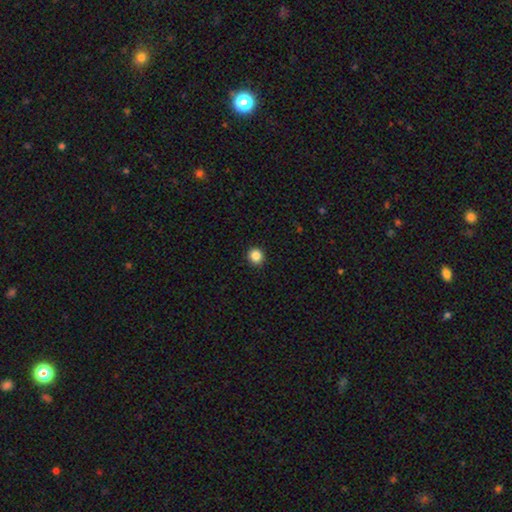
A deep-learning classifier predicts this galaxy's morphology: type=smooth (85%); roundness=round (90%); merging=none (93%).